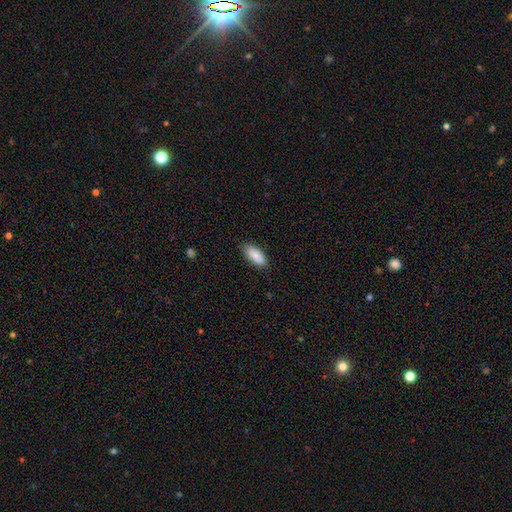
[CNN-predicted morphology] type=smooth (89%); roundness=in between (84%); merging=none (85%).